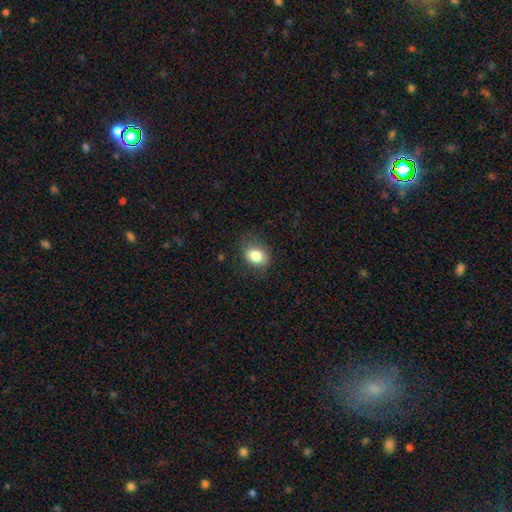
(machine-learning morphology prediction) This appears to be a smooth galaxy with no disk features (83%) that is in between round and cigar-shaped (59%). Merging: none (78%).